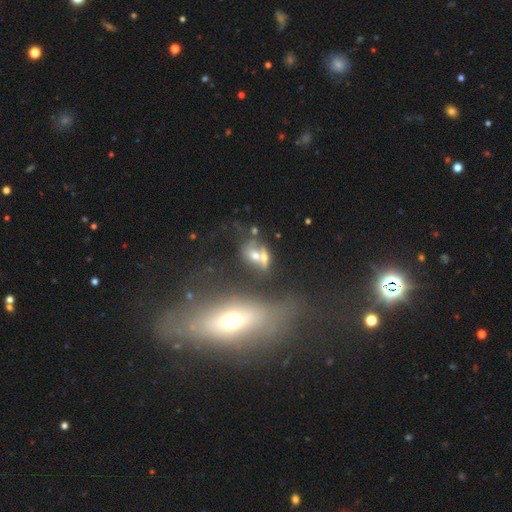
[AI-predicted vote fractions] Smooth or featured: smooth — 43% (featured or disk — 37%)
Merging: merger — 41% (none — 32%)